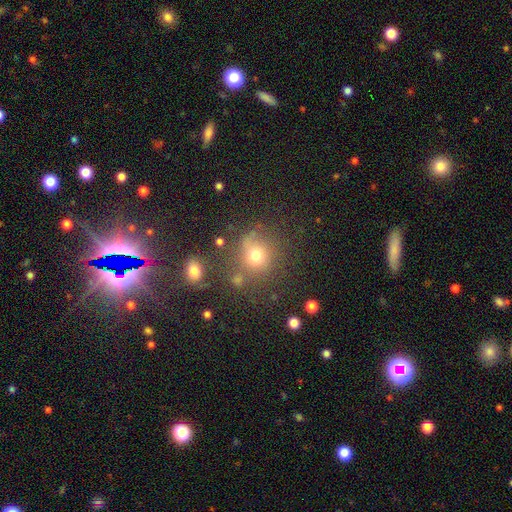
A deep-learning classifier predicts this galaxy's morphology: Smooth or featured? smooth (71%)
How rounded? round (86%)
Merging? none (69%)